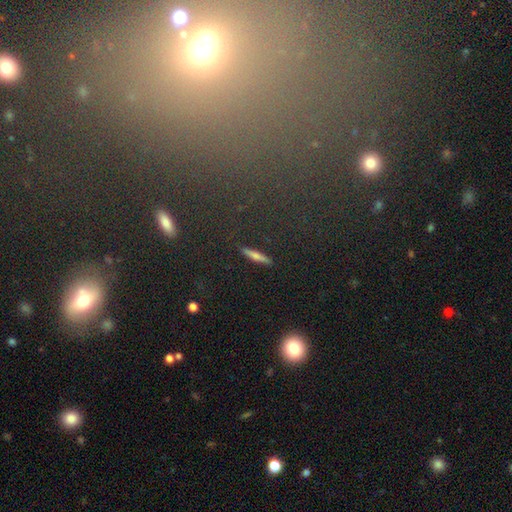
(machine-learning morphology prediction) type=smooth (58%); roundness=cigar-shaped (88%); merging=none (90%).